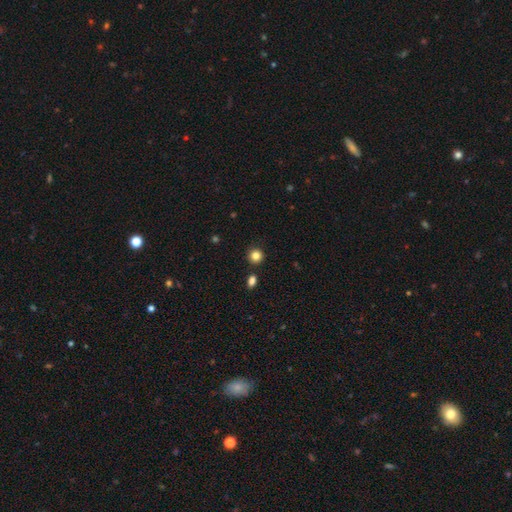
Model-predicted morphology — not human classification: Smooth or featured: smooth — 84% (star or artifact — 11%)
How rounded: round — 92% (in between — 7%)
Merging: none — 88% (minor disturbance — 6%)